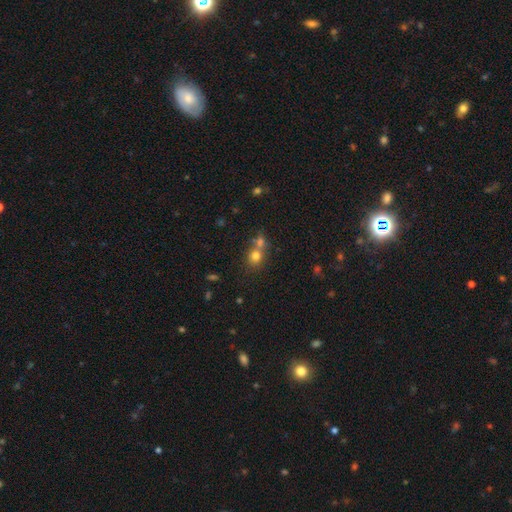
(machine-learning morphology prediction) Overall: smooth (73%). How rounded: round (75%). Merging: merger (48%; none 41%).